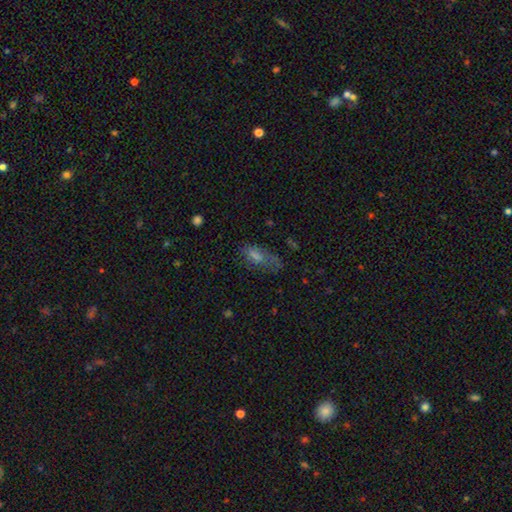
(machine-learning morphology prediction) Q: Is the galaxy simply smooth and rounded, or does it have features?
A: smooth — 63%.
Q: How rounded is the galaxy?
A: in between — 79%.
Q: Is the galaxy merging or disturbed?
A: none — 41%.